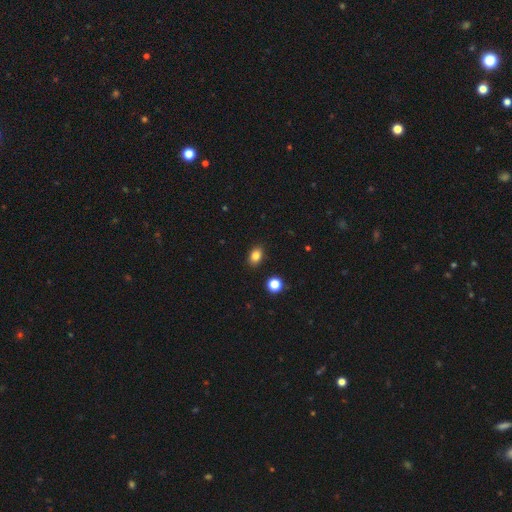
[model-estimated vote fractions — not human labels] This is clearly a smooth galaxy (83%). How rounded: likely in between (78%). Merging: clearly none (88%).